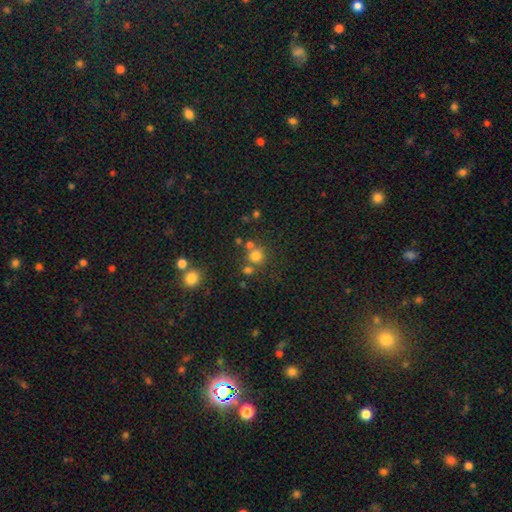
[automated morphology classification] smooth 75%, star or artifact 18%, featured or disk 8%. Down the decision tree: how rounded — round (90%); merging — none (67%).